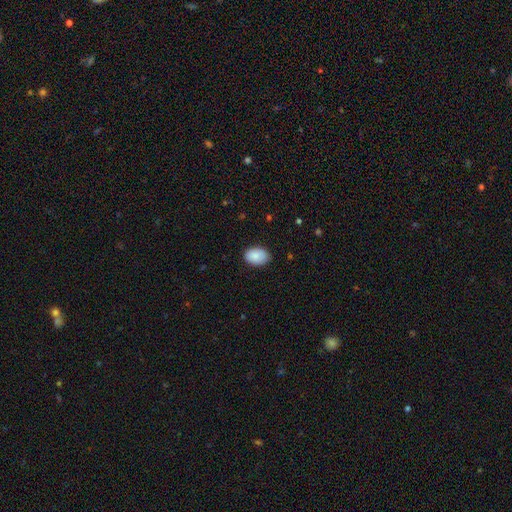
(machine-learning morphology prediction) This is clearly a smooth galaxy (88%). How rounded: clearly in between (86%). Merging: clearly none (85%).